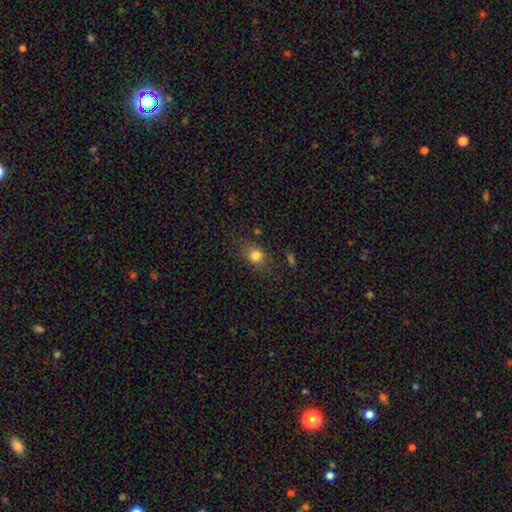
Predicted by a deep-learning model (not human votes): smooth 78%, star or artifact 12%, featured or disk 9%. Down the decision tree: how rounded — round (51%); merging — none (71%).